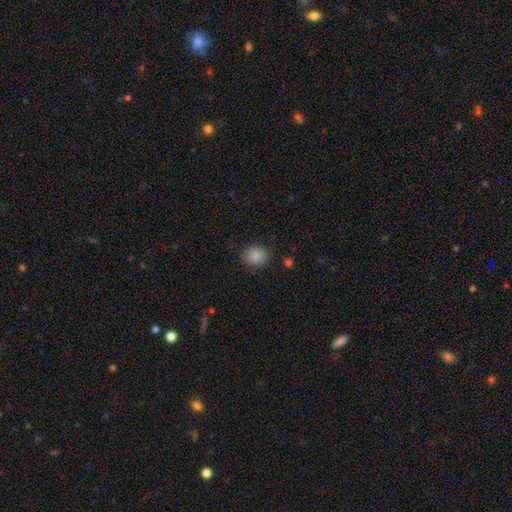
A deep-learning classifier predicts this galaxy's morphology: This is clearly a smooth galaxy (87%). How rounded: likely round (70%). Merging: clearly none (86%).